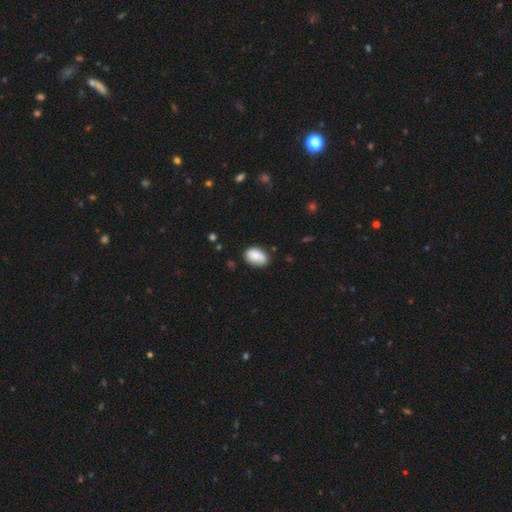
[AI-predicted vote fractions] A smooth galaxy with no disk features (82%) that is in between round and cigar-shaped (85%).

Vote fractions:
- Smooth or featured? smooth: 82% / featured or disk: 10% / star or artifact: 7%
- How rounded? in between: 85% / round: 13% / cigar-shaped: 1%
- Merging? none: 67% / minor disturbance: 25% / major disturbance: 5% / merger: 3%